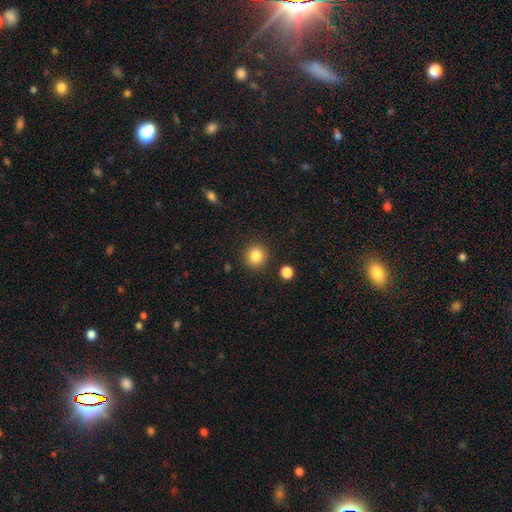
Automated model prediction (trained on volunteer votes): This appears to be a smooth galaxy with no disk features (84%) that is round (93%). Merging: none (89%).